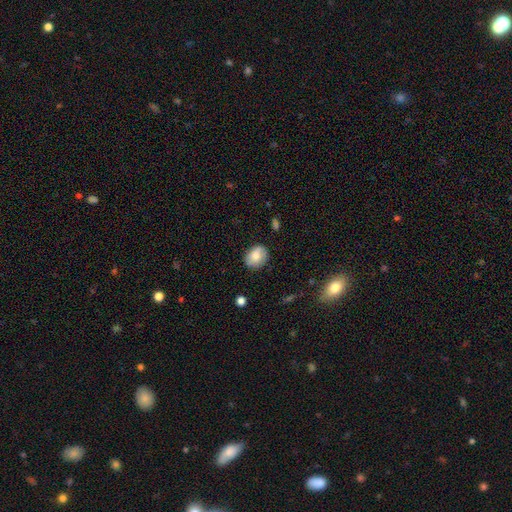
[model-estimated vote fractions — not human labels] Overall: smooth (75%). How rounded: in between (57%; round 42%). Merging: none (76%).